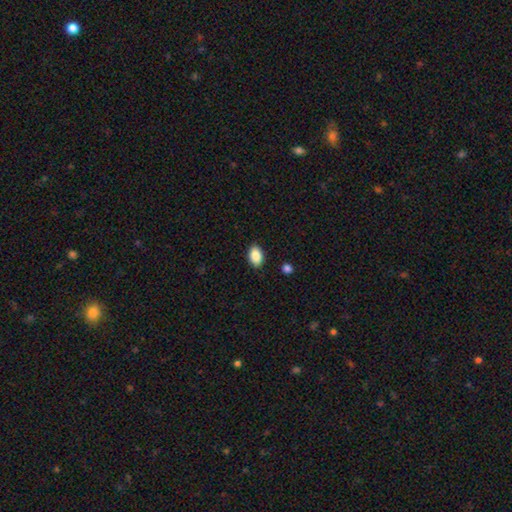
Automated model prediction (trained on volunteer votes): Smooth or featured? smooth (89%)
How rounded? in between (90%)
Merging? none (88%)